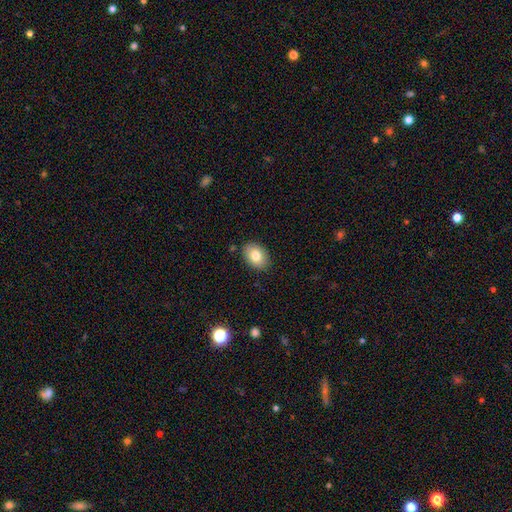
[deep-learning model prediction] A smooth galaxy with no disk features (81%) that is in between round and cigar-shaped (75%).

Vote fractions:
- Smooth or featured? smooth: 81% / featured or disk: 11% / star or artifact: 8%
- How rounded? in between: 75% / round: 24% / cigar-shaped: 1%
- Merging? none: 86% / minor disturbance: 10% / major disturbance: 2% / merger: 2%